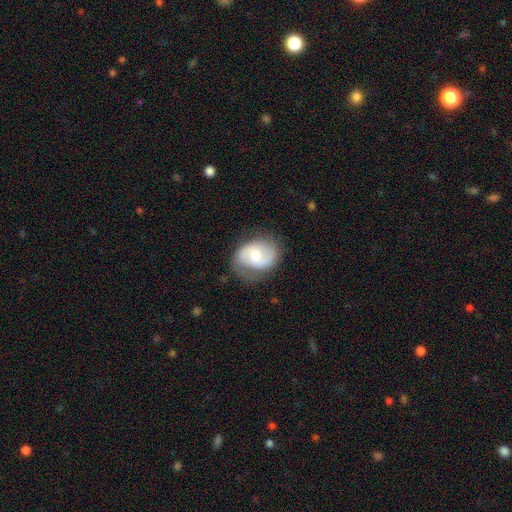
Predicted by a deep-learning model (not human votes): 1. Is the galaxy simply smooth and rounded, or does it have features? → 69% featured or disk, 25% smooth, 6% star or artifact.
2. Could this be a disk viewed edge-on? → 97% no, 3% yes.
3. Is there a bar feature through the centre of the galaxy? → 45% weak, 44% no, 11% strong.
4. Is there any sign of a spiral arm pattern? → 91% yes, 9% no.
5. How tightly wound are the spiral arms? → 48% medium, 28% loose, 23% tight.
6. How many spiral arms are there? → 84% 2, 7% can't tell, 5% 1, 1% 3, 1% 4, 1% more than 4.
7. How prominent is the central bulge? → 61% moderate, 29% small, 7% large, 2% none, 1% dominant.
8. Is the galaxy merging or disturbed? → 68% none, 22% minor disturbance, 9% major disturbance, 1% merger.